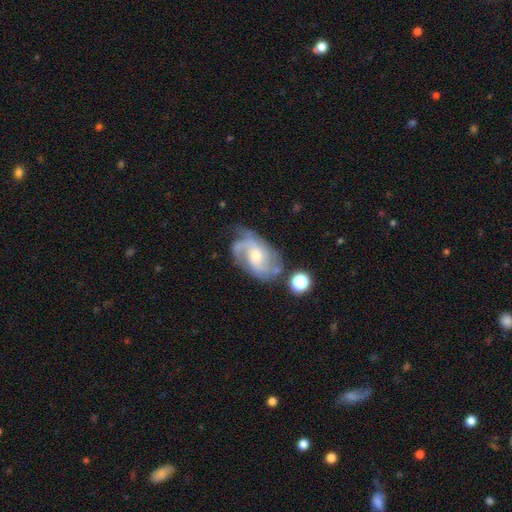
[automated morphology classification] Q: Smooth or featured?
A: featured or disk (82%); runner-up: smooth (11%)
Q: Edge-on disk?
A: no (96%); runner-up: yes (4%)
Q: Bar?
A: no (54%); runner-up: weak (38%)
Q: Spiral arms?
A: yes (95%); runner-up: no (5%)
Q: Spiral winding?
A: medium (46%); runner-up: tight (32%)
Q: Spiral arm count?
A: 2 (44%); runner-up: 3 (23%)
Q: Bulge size?
A: small (50%); runner-up: moderate (45%)
Q: Merging?
A: none (57%); runner-up: minor disturbance (24%)